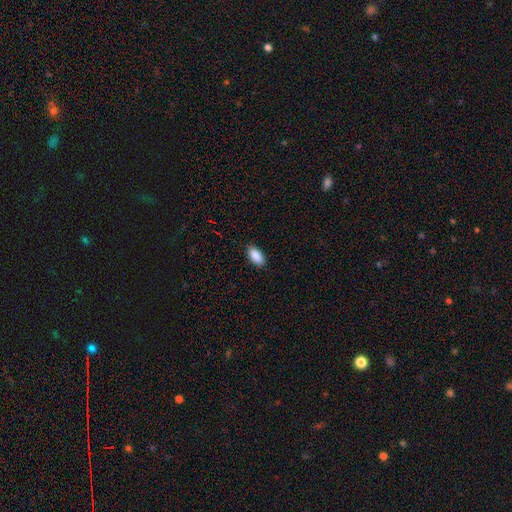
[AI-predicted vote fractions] smooth-or-featured: smooth: 90% | star or artifact: 7% | featured or disk: 3%
  how-rounded: in between: 93% | cigar-shaped: 4% | round: 3%
  merging: none: 88% | minor disturbance: 9% | major disturbance: 2% | merger: 1%